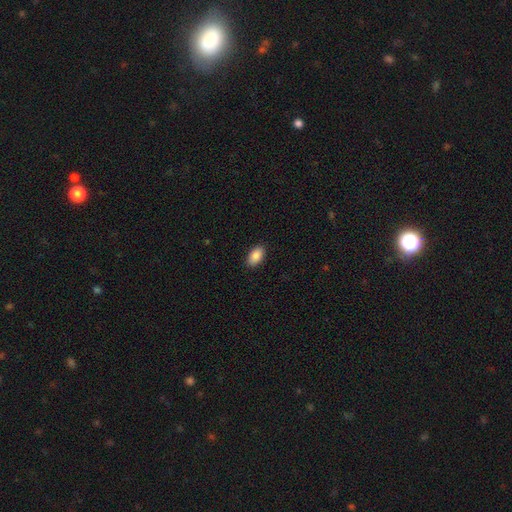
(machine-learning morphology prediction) smooth_or_featured: smooth (p=0.89) [alt: star or artifact p=0.07]
how_rounded: in between (p=0.94) [alt: round p=0.04]
merging: none (p=0.89) [alt: minor disturbance p=0.08]